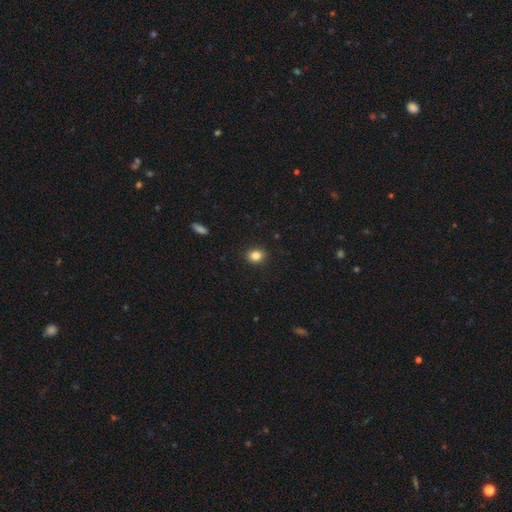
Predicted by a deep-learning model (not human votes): smooth-or-featured: smooth: 84% | star or artifact: 10% | featured or disk: 5%
  how-rounded: round: 59% | in between: 40% | cigar-shaped: 1%
  merging: none: 91% | minor disturbance: 6% | major disturbance: 2% | merger: 1%